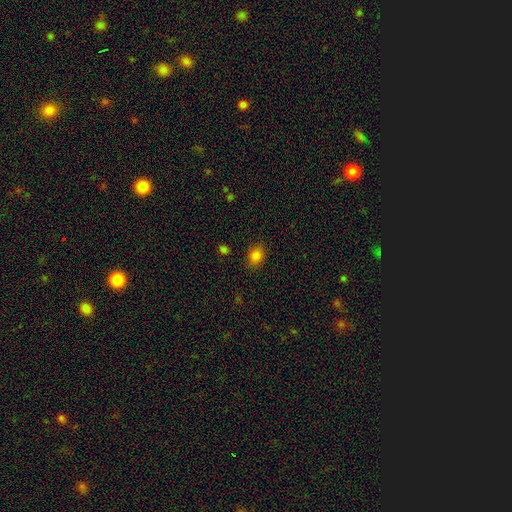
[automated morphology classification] Smooth or featured?
  - smooth: 82% *
  - star or artifact: 12%
  - featured or disk: 5%
How rounded?
  - in between: 63% *
  - round: 36%
  - cigar-shaped: 1%
Merging?
  - none: 85% *
  - minor disturbance: 11%
  - major disturbance: 3%
  - merger: 1%